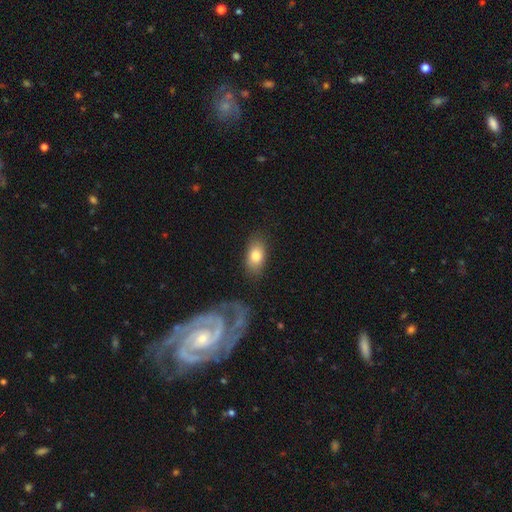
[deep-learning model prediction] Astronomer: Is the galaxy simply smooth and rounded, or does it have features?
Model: smooth — 78%.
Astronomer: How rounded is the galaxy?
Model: in between — 88%.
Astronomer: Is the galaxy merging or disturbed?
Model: none — 79%.